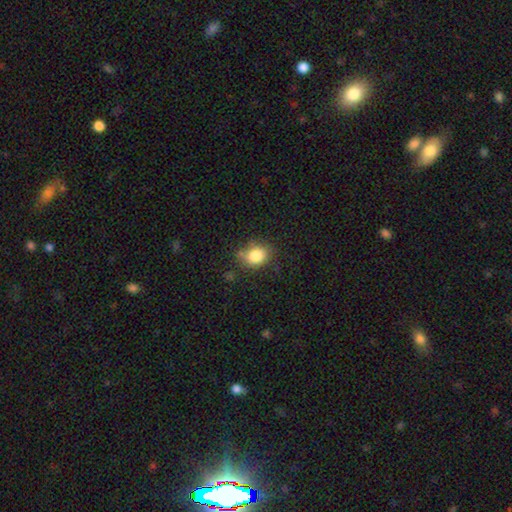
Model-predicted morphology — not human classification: smooth_or_featured: smooth (p=0.83) [alt: star or artifact p=0.10]
how_rounded: round (p=0.51) [alt: in between p=0.48]
merging: none (p=0.69) [alt: minor disturbance p=0.20]